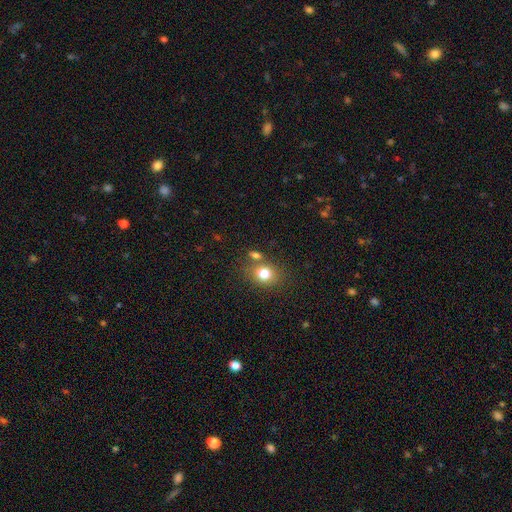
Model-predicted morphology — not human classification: Overall: smooth (61%; star or artifact 31%). How rounded: round (73%). Merging: none (74%).